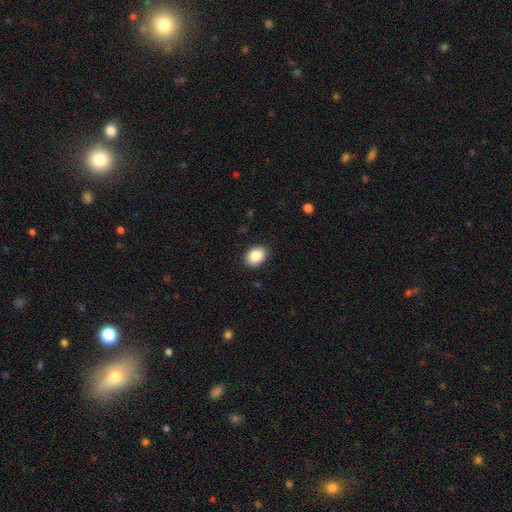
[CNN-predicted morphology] The model was most divided on "how rounded": in between: 72%, round: 27%, cigar-shaped: 1%. More confident: merging — none (89%); smooth or featured — smooth (88%).